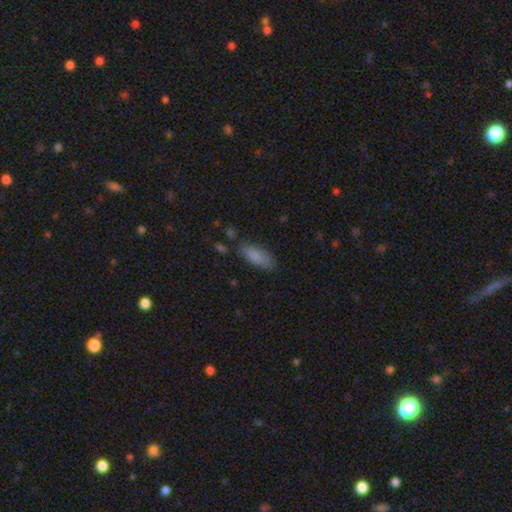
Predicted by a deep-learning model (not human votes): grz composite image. It shows a smooth galaxy with no disk features (86%) that is in between round and cigar-shaped (75%). Merging: none (76%).